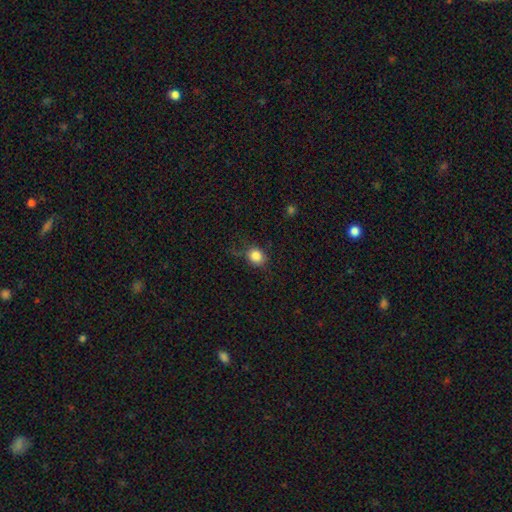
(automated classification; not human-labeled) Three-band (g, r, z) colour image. It shows a smooth galaxy with no disk features (84%) that is round (62%). Merging: none (67%).